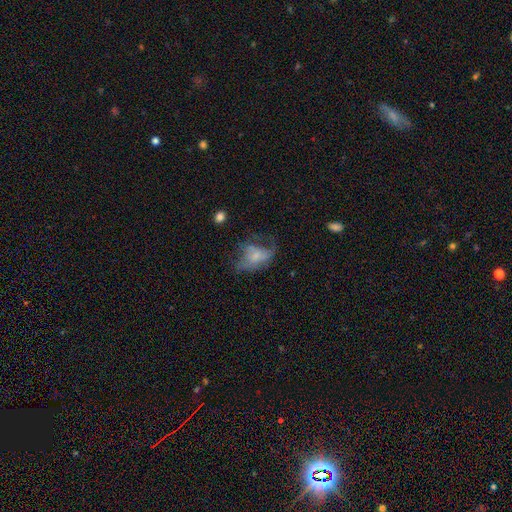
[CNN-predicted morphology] Overall: featured or disk (46%; smooth 44%). Merging: major disturbance (48%; none 26%).